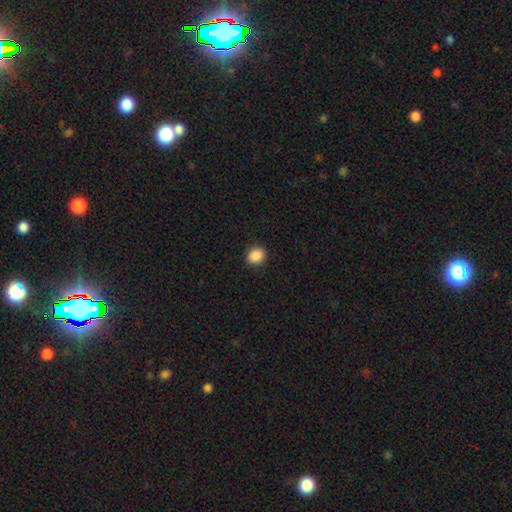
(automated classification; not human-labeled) A smooth galaxy with no disk features (89%) that is round (54%). Merging: none (90%).